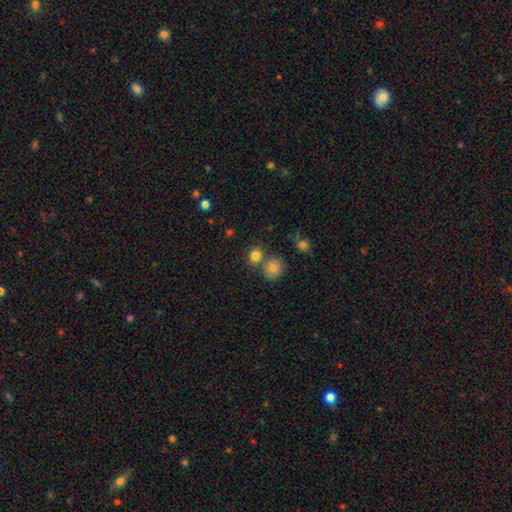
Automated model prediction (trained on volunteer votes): This appears to be a smooth galaxy with no disk features (81%) that is round (78%). Merging: none (64%).